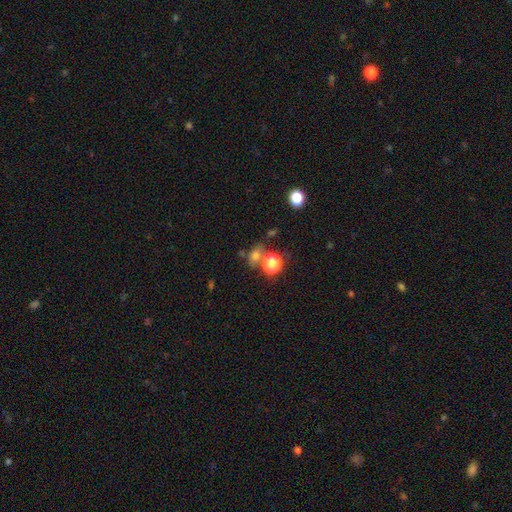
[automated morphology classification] smooth_or_featured: smooth (p=0.69) [alt: star or artifact p=0.21]
how_rounded: round (p=0.55) [alt: in between p=0.43]
merging: none (p=0.60) [alt: merger p=0.22]